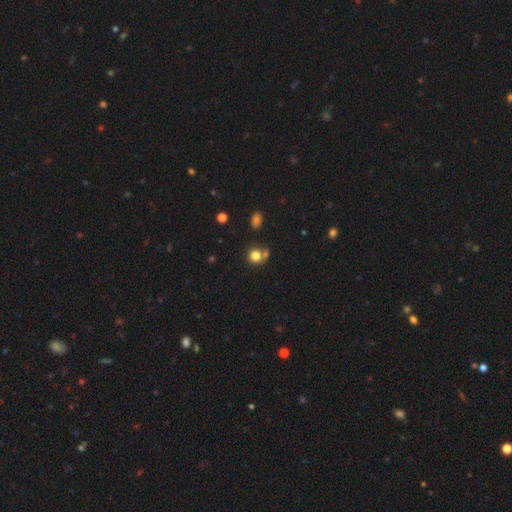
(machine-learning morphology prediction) Smooth or featured? smooth (80%)
How rounded? round (87%)
Merging? none (61%)